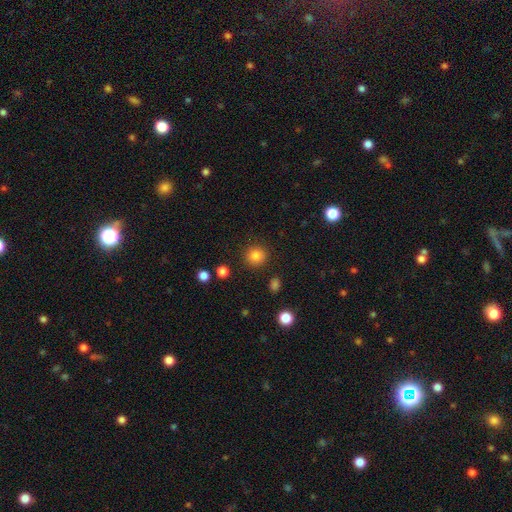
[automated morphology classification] Q: Smooth or featured?
A: smooth (84%); runner-up: star or artifact (11%)
Q: How rounded?
A: round (92%); runner-up: in between (7%)
Q: Merging?
A: none (90%); runner-up: minor disturbance (6%)